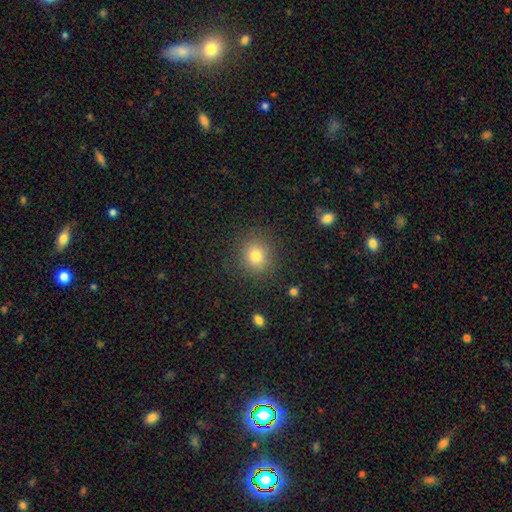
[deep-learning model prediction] smooth_or_featured: smooth (p=0.80) [alt: star or artifact p=0.12]
how_rounded: round (p=0.83) [alt: in between p=0.16]
merging: none (p=0.88) [alt: minor disturbance p=0.08]